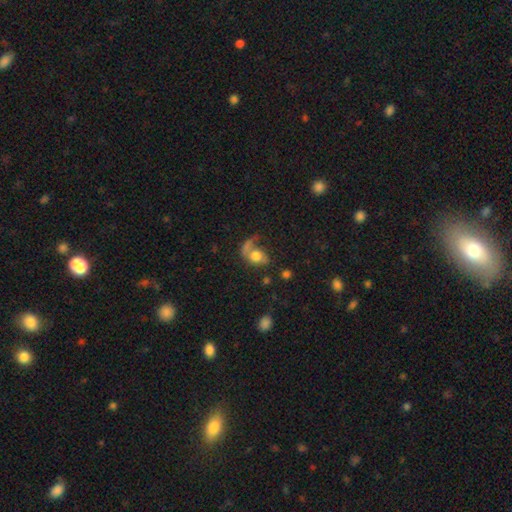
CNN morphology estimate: type=smooth (60%); roundness=in between (58%); merging=major disturbance (33%).